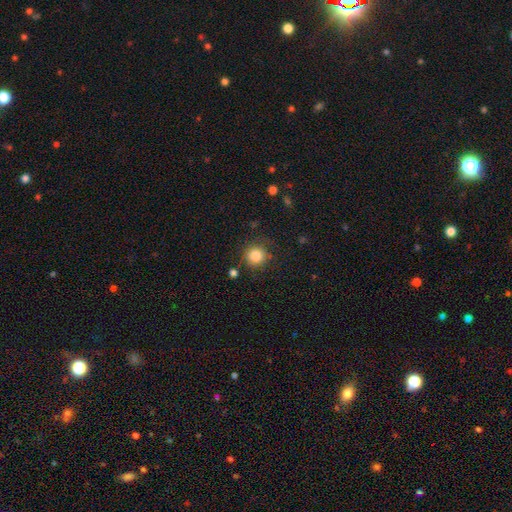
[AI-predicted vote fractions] Q: Smooth or featured?
A: smooth (84%); runner-up: star or artifact (10%)
Q: How rounded?
A: round (93%); runner-up: in between (6%)
Q: Merging?
A: none (82%); runner-up: minor disturbance (11%)